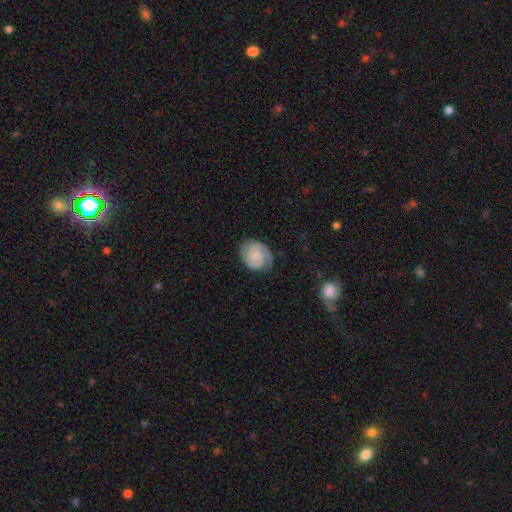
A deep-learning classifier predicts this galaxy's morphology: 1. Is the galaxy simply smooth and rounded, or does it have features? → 47% smooth, 45% featured or disk, 8% star or artifact.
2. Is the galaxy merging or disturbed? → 68% none, 23% minor disturbance, 8% major disturbance, 1% merger.